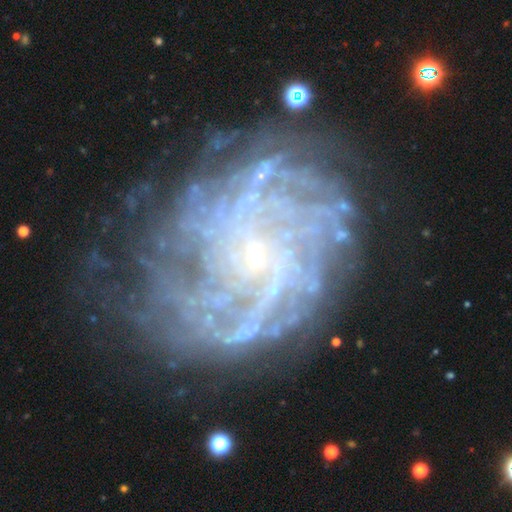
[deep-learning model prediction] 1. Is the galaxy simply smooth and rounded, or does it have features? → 85% featured or disk, 9% star or artifact, 6% smooth.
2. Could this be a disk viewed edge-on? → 97% no, 3% yes.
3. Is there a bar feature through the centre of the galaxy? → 66% no, 26% weak, 8% strong.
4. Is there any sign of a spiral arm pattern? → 93% yes, 7% no.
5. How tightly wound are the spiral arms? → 60% tight, 28% medium, 12% loose.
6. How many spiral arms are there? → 29% more than 4 (tied), 29% can't tell (tied), 15% 4, 10% 2, 9% 3, 8% 1.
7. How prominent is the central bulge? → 86% small, 6% moderate, 6% none, 1% large, 1% dominant.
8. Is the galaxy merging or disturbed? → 68% none, 17% minor disturbance, 13% major disturbance, 2% merger.